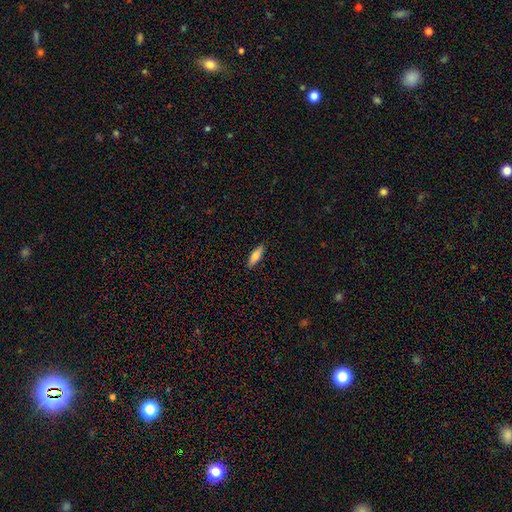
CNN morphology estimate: This appears to be a smooth galaxy with no disk features (70%) that is in between round and cigar-shaped (51%). Merging: none (89%).